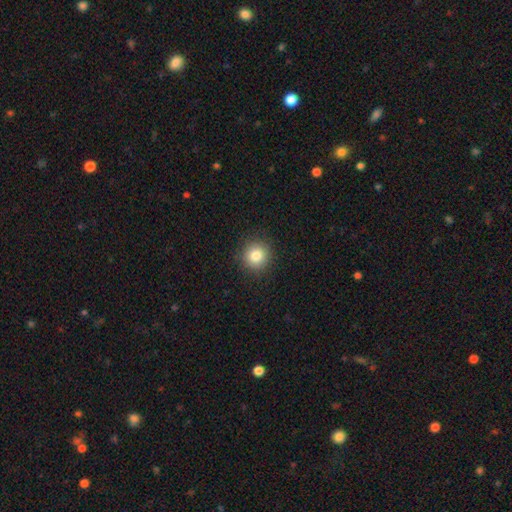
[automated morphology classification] Overall: smooth (83%). How rounded: round (92%). Merging: none (90%).